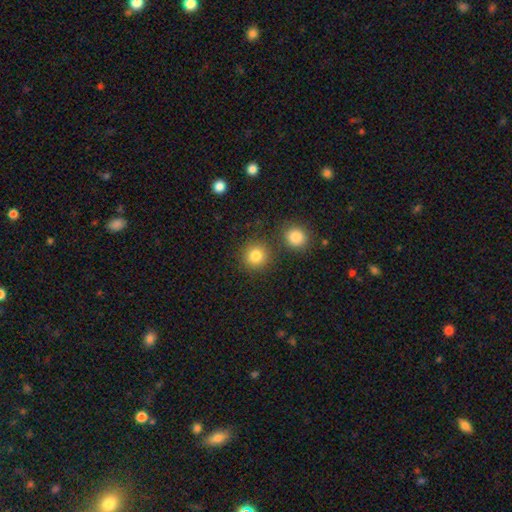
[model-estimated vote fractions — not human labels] This is clearly a smooth galaxy (84%). How rounded: clearly round (91%). Merging: clearly none (81%).